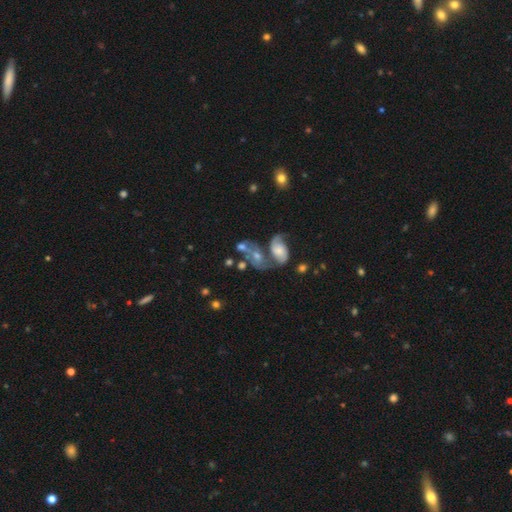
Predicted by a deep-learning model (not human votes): Smooth or featured: featured or disk — 55% (smooth — 32%)
Edge-on disk: no — 94% (yes — 6%)
Bar: no — 69% (weak — 24%)
Spiral arms: yes — 68% (no — 32%)
Bulge size: moderate — 41% (small — 32%)
Merging: merger — 54% (none — 20%)